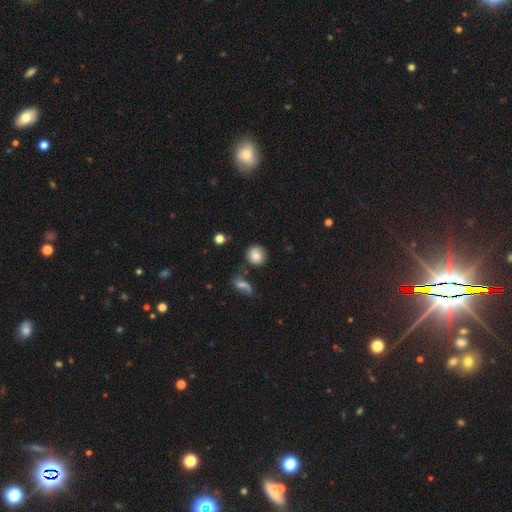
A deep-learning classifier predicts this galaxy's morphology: The model was most divided on "merging": none: 71%, minor disturbance: 15%, merger: 8%, major disturbance: 5%. More confident: how rounded — round (86%); smooth or featured — smooth (76%).